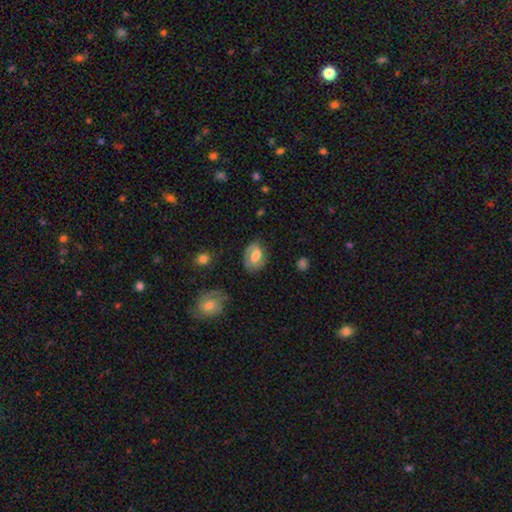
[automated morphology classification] Overall: smooth (47%; featured or disk 45%). Merging: none (64%; minor disturbance 24%).